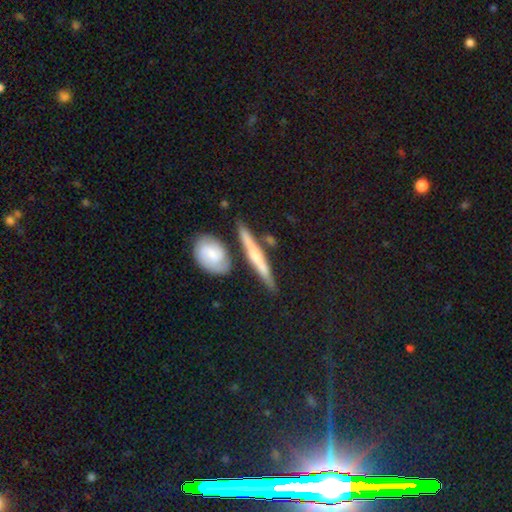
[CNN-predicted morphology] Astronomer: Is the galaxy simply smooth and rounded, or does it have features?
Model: featured or disk — 57% (runner-up: smooth, 36%).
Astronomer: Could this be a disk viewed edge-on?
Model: yes — 88%.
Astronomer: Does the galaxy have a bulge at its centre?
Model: rounded — 56%.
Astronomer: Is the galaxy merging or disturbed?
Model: none — 73%.